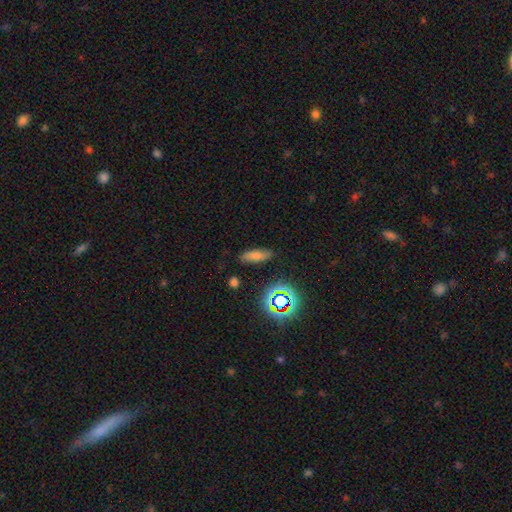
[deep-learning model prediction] Q: Smooth or featured?
A: smooth (71%); runner-up: star or artifact (17%)
Q: How rounded?
A: in between (56%); runner-up: cigar-shaped (40%)
Q: Merging?
A: none (80%); runner-up: minor disturbance (14%)